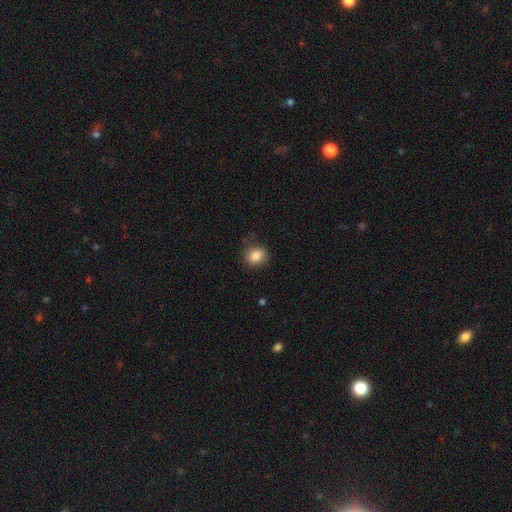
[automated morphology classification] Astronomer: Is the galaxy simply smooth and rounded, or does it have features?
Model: smooth — 84%.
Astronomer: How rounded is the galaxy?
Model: round — 72%.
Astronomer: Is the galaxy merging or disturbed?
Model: none — 81%.